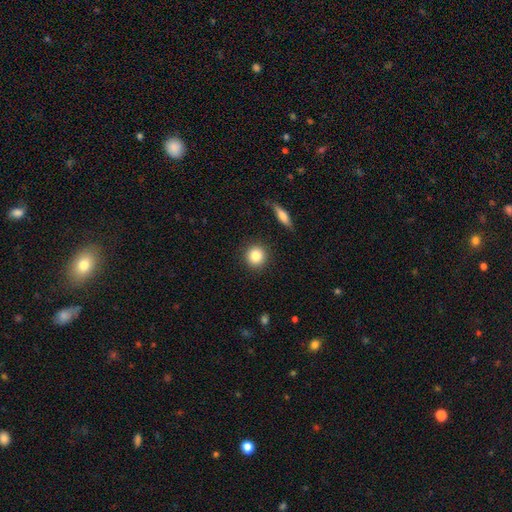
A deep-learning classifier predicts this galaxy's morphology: type=smooth (84%); roundness=round (92%); merging=none (90%).